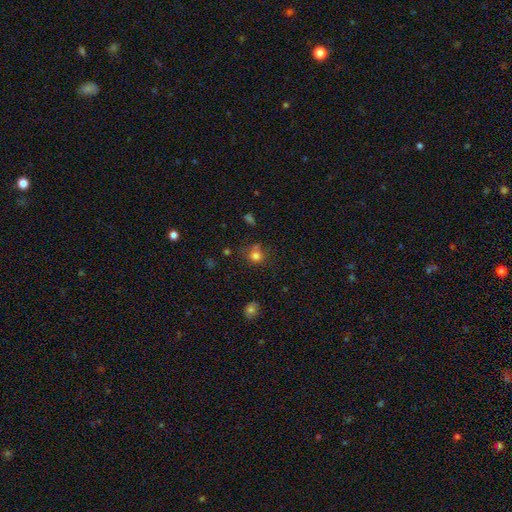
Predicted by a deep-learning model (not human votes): The model was most divided on "merging": none: 60%, minor disturbance: 22%, major disturbance: 10%, merger: 8%. More confident: how rounded — round (76%); smooth or featured — smooth (76%).